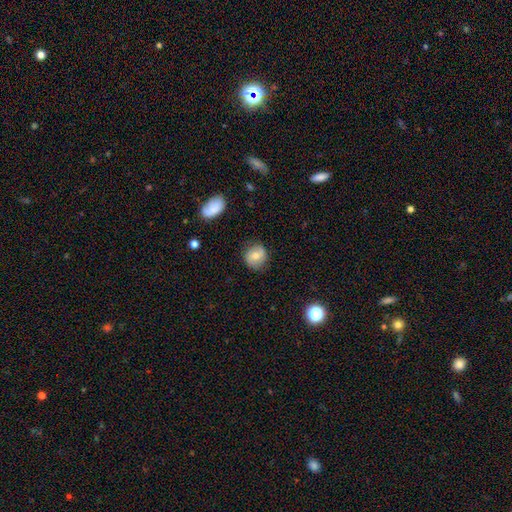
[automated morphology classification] type=smooth (58%); roundness=round (81%); merging=none (81%).